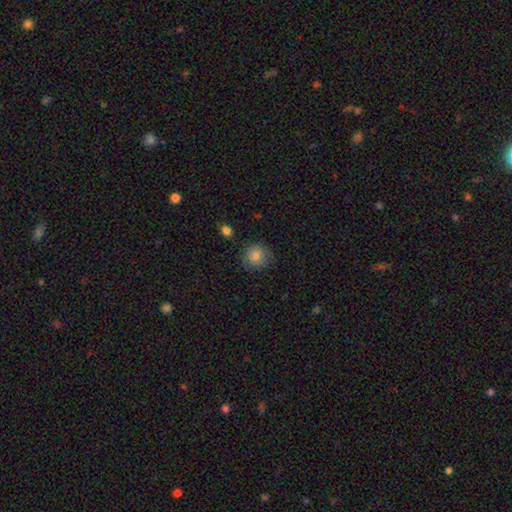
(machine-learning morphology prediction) Smooth or featured? smooth (82%)
How rounded? round (90%)
Merging? none (82%)